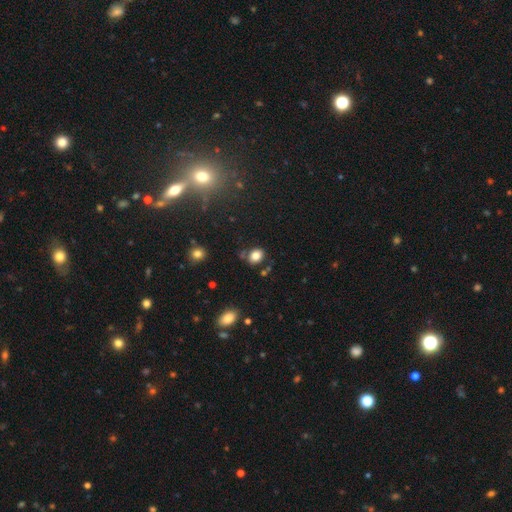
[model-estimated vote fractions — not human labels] Smooth or featured: smooth — 82% (star or artifact — 11%)
How rounded: in between — 57% (round — 41%)
Merging: none — 75% (minor disturbance — 14%)